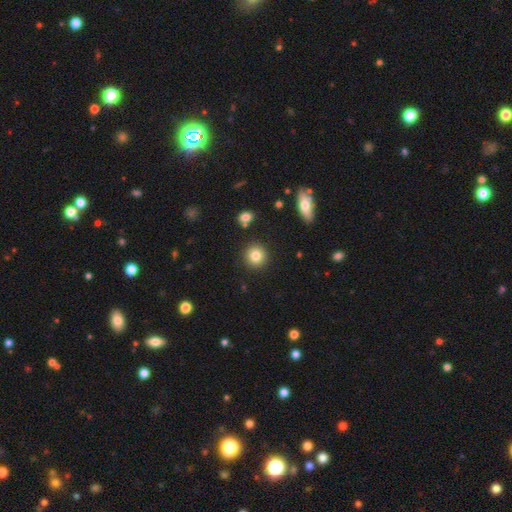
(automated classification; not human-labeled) Smooth or featured? smooth (84%)
How rounded? round (92%)
Merging? none (90%)